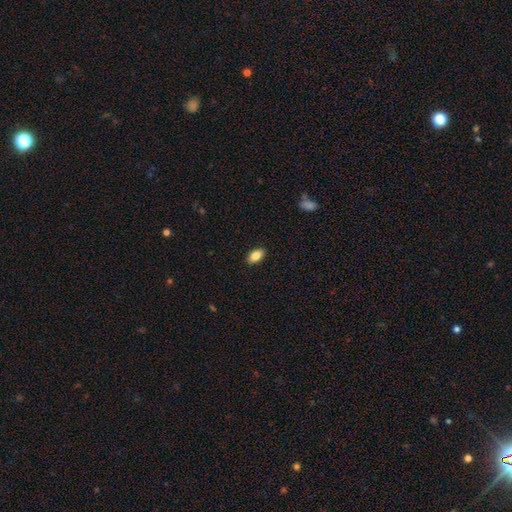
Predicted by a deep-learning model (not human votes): smooth_or_featured: smooth (p=0.85) [alt: featured or disk p=0.08]
how_rounded: in between (p=0.91) [alt: round p=0.05]
merging: none (p=0.89) [alt: minor disturbance p=0.08]